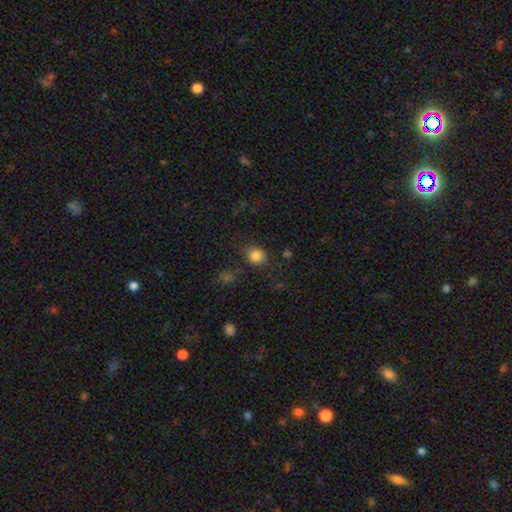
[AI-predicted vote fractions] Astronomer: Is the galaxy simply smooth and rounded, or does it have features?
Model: smooth — 83%.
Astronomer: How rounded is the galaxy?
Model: round — 77%.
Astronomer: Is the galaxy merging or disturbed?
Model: none — 78%.